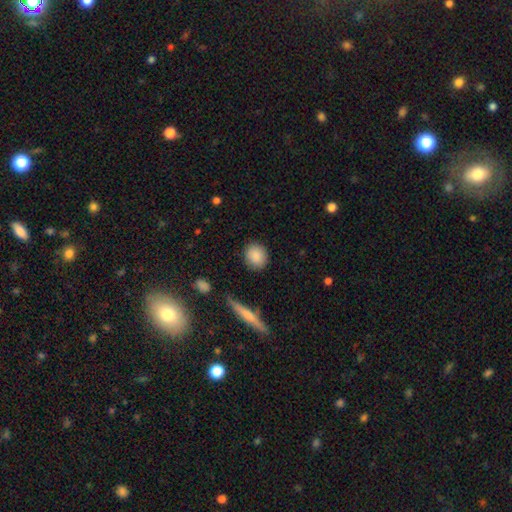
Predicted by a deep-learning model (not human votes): A smooth galaxy with no disk features (87%) that is round (76%). Merging: none (87%).